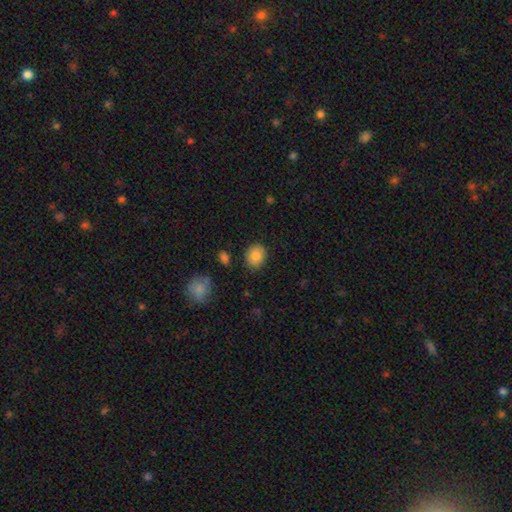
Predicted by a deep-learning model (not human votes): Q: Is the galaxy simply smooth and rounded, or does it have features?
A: smooth — 84%.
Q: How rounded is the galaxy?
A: round — 59%.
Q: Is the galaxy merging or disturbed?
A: none — 85%.